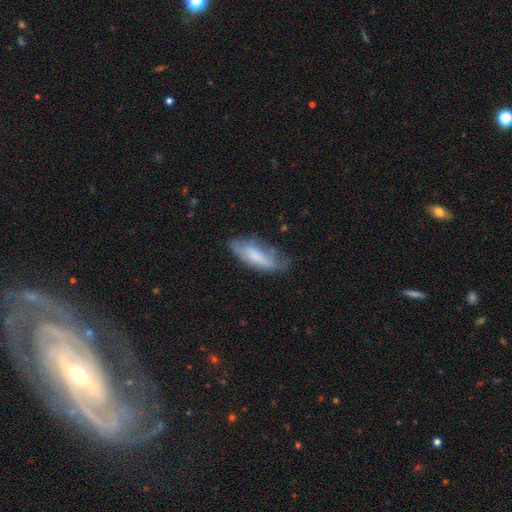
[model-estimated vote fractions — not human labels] This is likely a smooth galaxy (65%). How rounded: likely in between (61%). Merging: possibly none (52%).